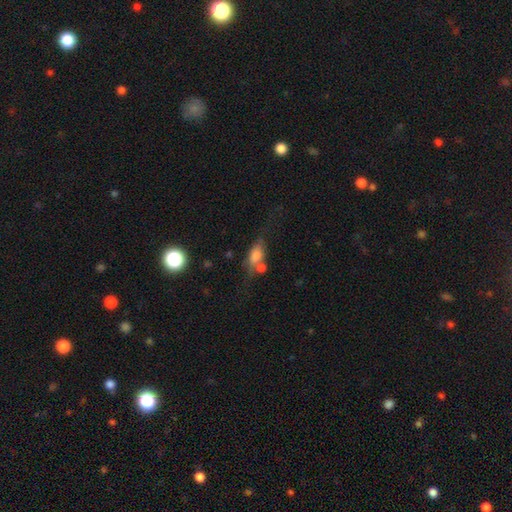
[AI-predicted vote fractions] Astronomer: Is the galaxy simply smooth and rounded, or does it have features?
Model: smooth — 70%.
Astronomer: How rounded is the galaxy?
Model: in between — 79%.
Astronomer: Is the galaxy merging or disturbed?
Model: none — 37% (runner-up: merger, 28%).